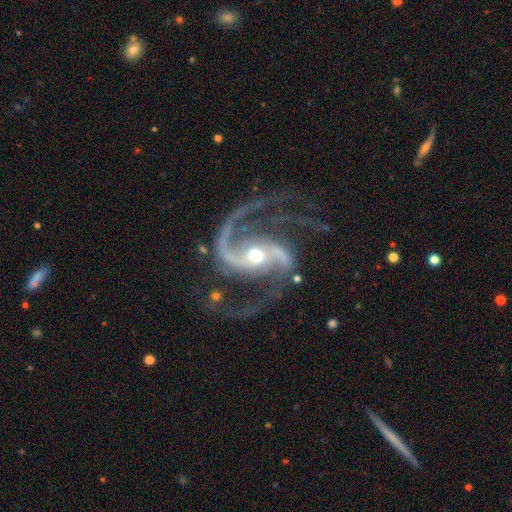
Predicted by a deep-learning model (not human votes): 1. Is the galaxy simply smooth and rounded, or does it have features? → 93% featured or disk, 5% star or artifact, 2% smooth.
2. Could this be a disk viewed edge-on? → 98% no, 2% yes.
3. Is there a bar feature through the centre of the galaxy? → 34% strong (tied), 34% weak (tied), 31% no.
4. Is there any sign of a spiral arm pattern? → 99% yes, 1% no.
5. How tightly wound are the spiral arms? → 52% medium, 39% loose, 9% tight.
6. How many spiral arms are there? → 81% 2, 8% 3, 3% can't tell, 3% 1, 3% 4, 3% more than 4.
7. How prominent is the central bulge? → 65% moderate, 27% small, 7% large, 1% dominant, 1% none.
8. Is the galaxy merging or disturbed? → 68% none, 15% major disturbance, 14% minor disturbance, 3% merger.